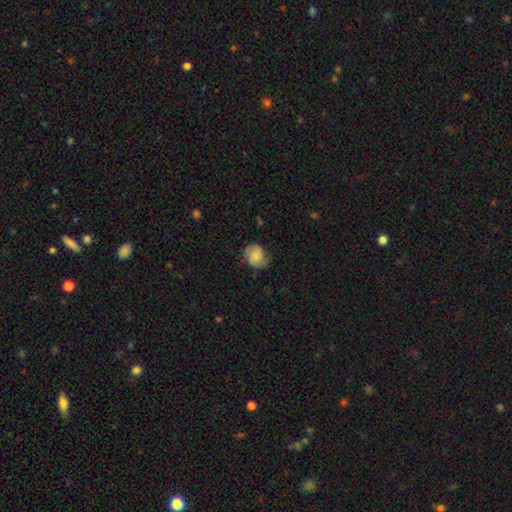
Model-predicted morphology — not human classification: smooth 59%, featured or disk 33%, star or artifact 8%. Down the decision tree: how rounded — round (63%); merging — none (67%).